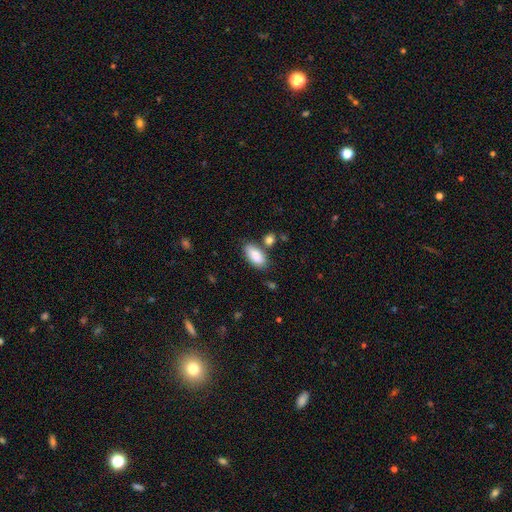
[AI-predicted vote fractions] Smooth or featured? smooth (87%)
How rounded? in between (90%)
Merging? none (72%)